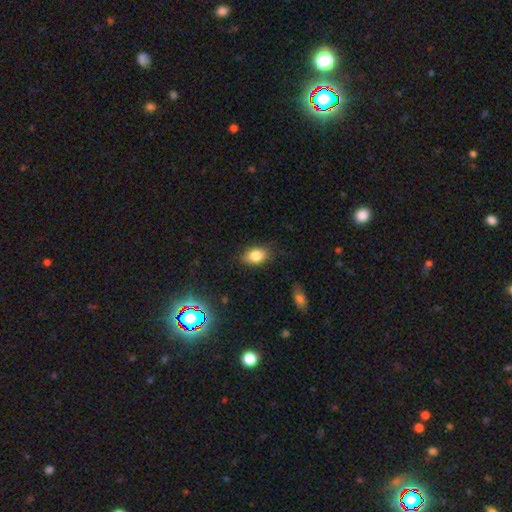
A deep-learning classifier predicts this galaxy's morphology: smooth-or-featured: smooth: 83% | star or artifact: 9% | featured or disk: 8%
  how-rounded: in between: 85% | round: 14% | cigar-shaped: 2%
  merging: none: 82% | minor disturbance: 14% | major disturbance: 3% | merger: 1%